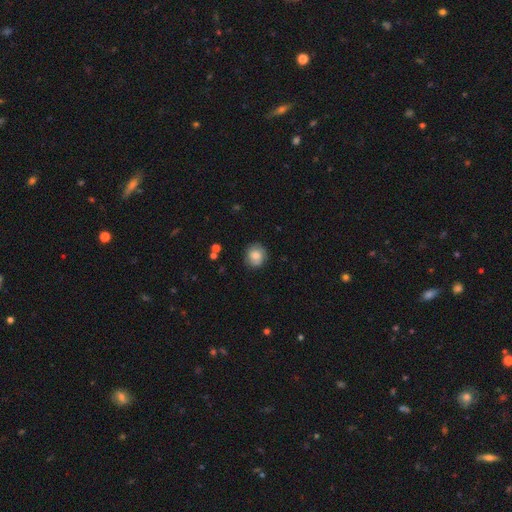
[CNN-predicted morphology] This is likely a smooth galaxy (73%). How rounded: clearly round (83%). Merging: clearly none (81%).